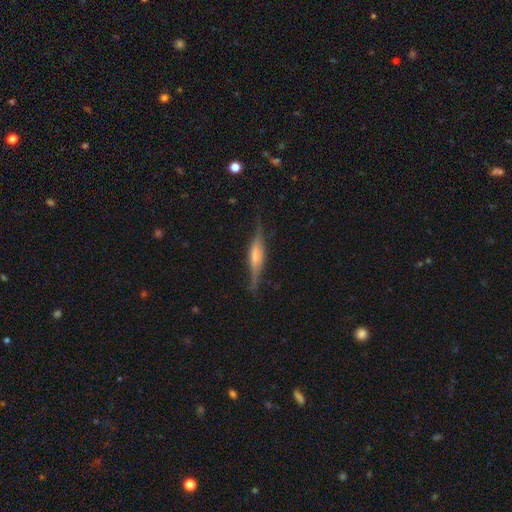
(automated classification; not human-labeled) Q: Smooth or featured?
A: featured or disk (65%); runner-up: smooth (28%)
Q: Edge-on disk?
A: yes (94%); runner-up: no (6%)
Q: Edge-on bulge?
A: rounded (50%); runner-up: boxy (37%)
Q: Merging?
A: none (76%); runner-up: minor disturbance (17%)